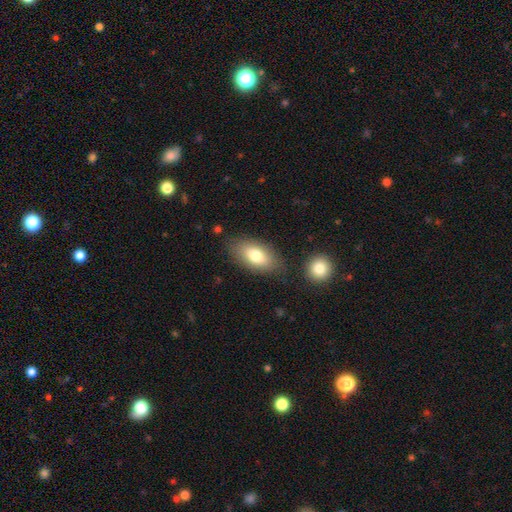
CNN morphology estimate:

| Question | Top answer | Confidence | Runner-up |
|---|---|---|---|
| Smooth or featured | smooth | 78% | featured or disk (15%) |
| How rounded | in between | 90% | round (5%) |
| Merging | none | 78% | minor disturbance (13%) |